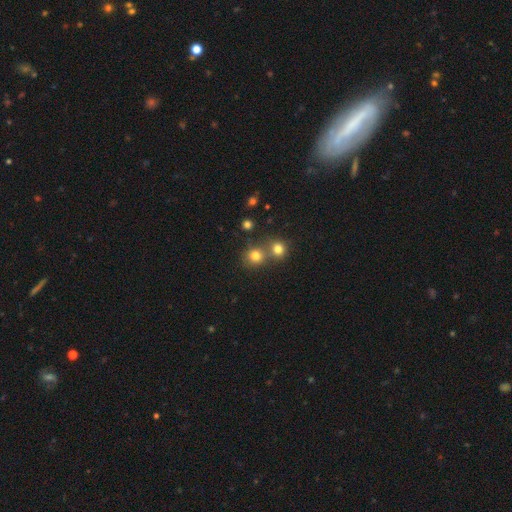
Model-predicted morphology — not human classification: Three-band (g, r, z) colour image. It shows a smooth galaxy with no disk features (77%) that is round (85%). Merging: none (55%).